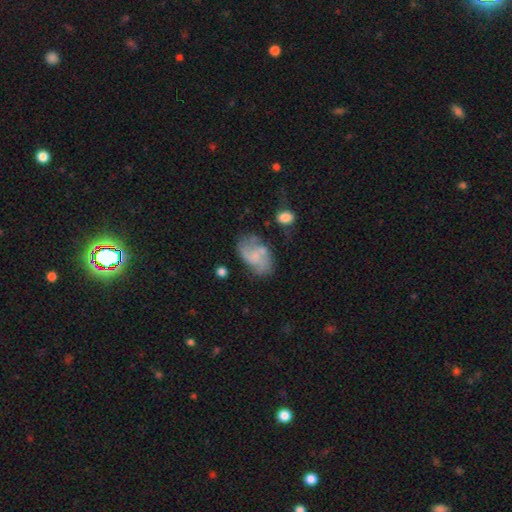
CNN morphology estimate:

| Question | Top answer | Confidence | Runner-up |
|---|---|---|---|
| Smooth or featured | featured or disk | 61% | smooth (30%) |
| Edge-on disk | no | 97% | yes (3%) |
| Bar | no | 63% | weak (32%) |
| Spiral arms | yes | 80% | no (20%) |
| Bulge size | none | 48% | small (35%) |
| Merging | none | 49% | minor disturbance (25%) |